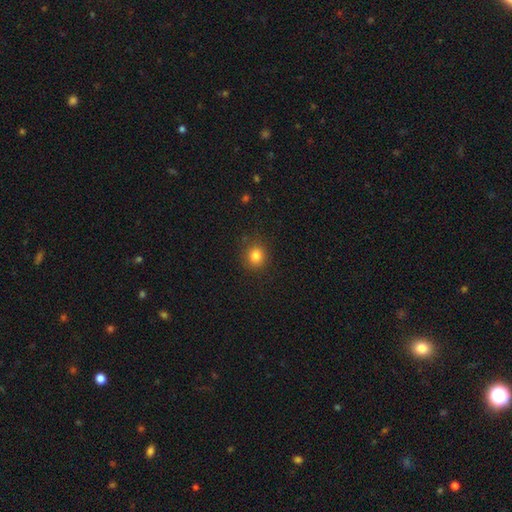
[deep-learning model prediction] Smooth or featured? smooth (83%)
How rounded? round (84%)
Merging? none (88%)